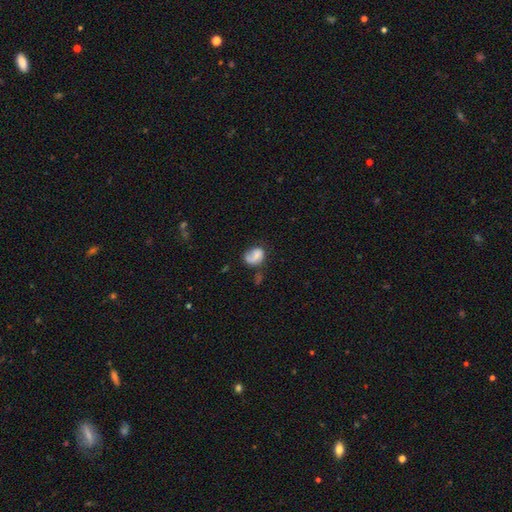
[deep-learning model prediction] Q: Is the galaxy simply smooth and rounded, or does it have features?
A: smooth — 58%.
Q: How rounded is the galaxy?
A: in between — 61%.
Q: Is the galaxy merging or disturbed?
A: none — 42%.